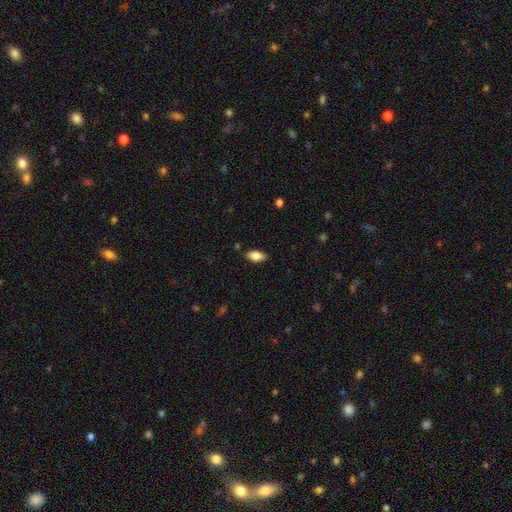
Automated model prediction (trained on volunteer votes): smooth_or_featured: smooth (p=0.81) [alt: featured or disk p=0.12]
how_rounded: in between (p=0.89) [alt: cigar-shaped p=0.08]
merging: none (p=0.86) [alt: minor disturbance p=0.11]